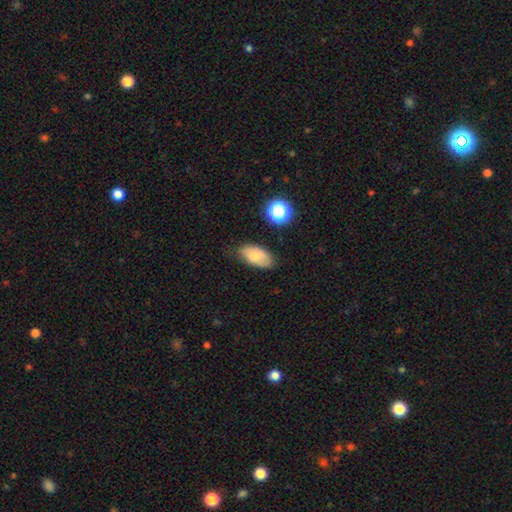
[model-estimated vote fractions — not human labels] Q: Smooth or featured?
A: smooth (76%); runner-up: featured or disk (16%)
Q: How rounded?
A: in between (93%); runner-up: round (5%)
Q: Merging?
A: none (74%); runner-up: minor disturbance (20%)